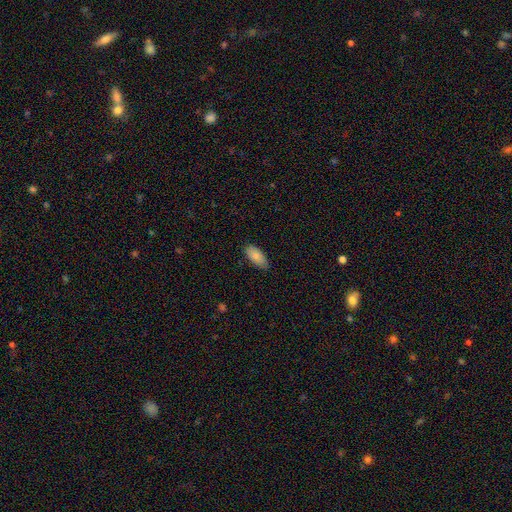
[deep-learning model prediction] smooth_or_featured: smooth (p=0.86) [alt: featured or disk p=0.07]
how_rounded: in between (p=0.91) [alt: cigar-shaped p=0.07]
merging: none (p=0.82) [alt: minor disturbance p=0.14]